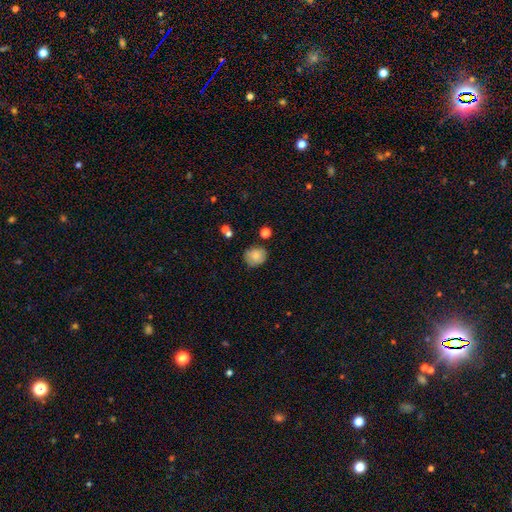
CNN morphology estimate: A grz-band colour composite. It shows a smooth galaxy with no disk features (83%) that is round (78%). Merging: none (74%).